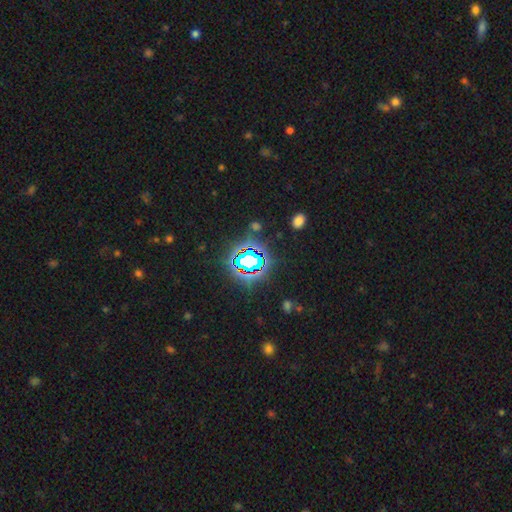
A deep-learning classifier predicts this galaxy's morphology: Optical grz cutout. It shows a star or artifact, not a galaxy (78%).